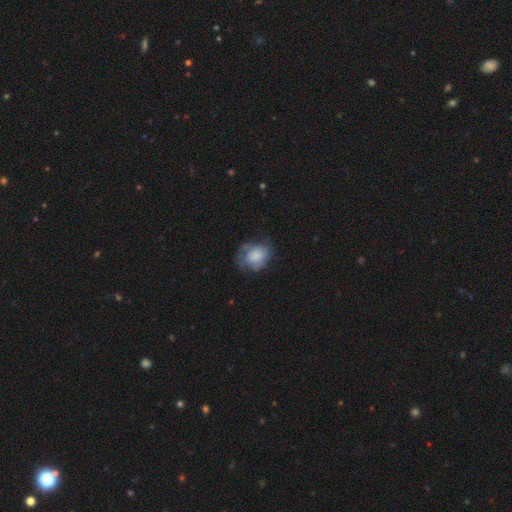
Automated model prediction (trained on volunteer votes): This is likely a smooth galaxy (69%). How rounded: possibly in between (50%). Merging: possibly none (50%).